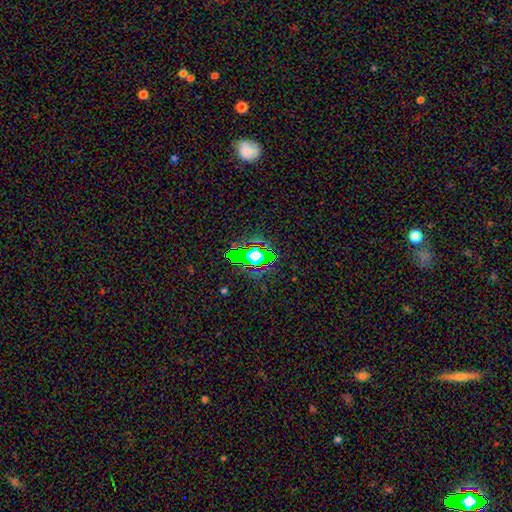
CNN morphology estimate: smooth_or_featured: star or artifact (p=0.60) [alt: smooth p=0.25]